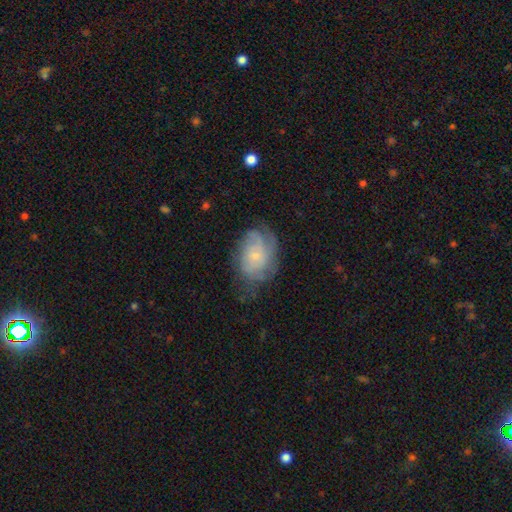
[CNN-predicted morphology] Smooth or featured: featured or disk — 57% (smooth — 35%)
Edge-on disk: no — 97% (yes — 3%)
Bar: no — 78% (weak — 19%)
Spiral arms: yes — 78% (no — 22%)
Bulge size: small — 72% (moderate — 19%)
Merging: none — 55% (minor disturbance — 27%)